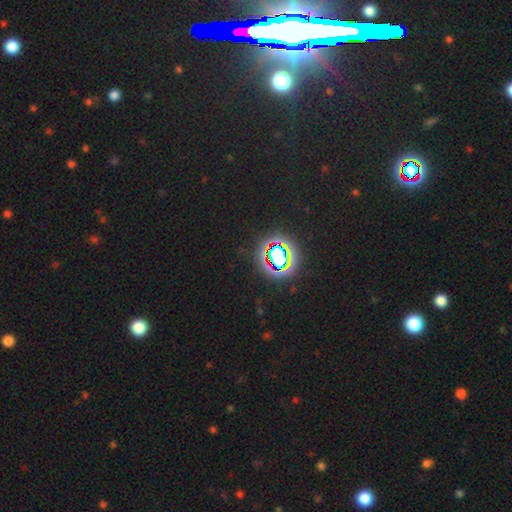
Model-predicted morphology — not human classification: A star or artifact, not a galaxy (79%).